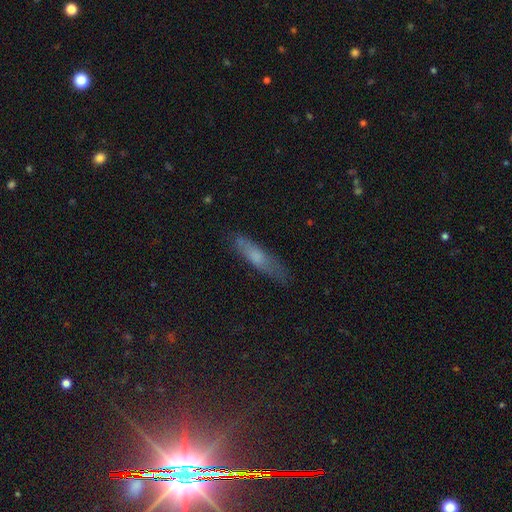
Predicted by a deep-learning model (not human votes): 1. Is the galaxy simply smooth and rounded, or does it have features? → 58% smooth, 31% featured or disk, 11% star or artifact.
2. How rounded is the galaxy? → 78% cigar-shaped, 20% in between, 2% round.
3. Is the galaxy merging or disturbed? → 79% none, 16% minor disturbance, 4% major disturbance, 1% merger.